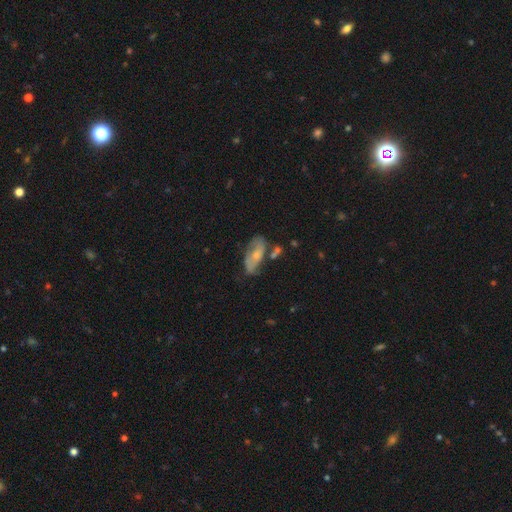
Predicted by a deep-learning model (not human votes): This appears to be a smooth galaxy with no disk features (47%). Merging: none (51%).